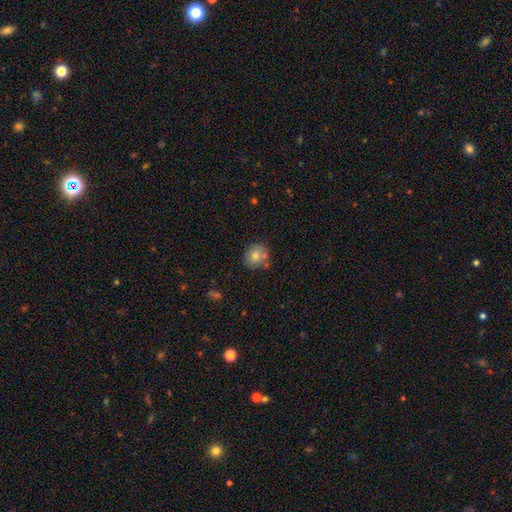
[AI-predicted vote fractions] This is likely a smooth galaxy (73%). How rounded: clearly round (81%). Merging: likely none (68%).